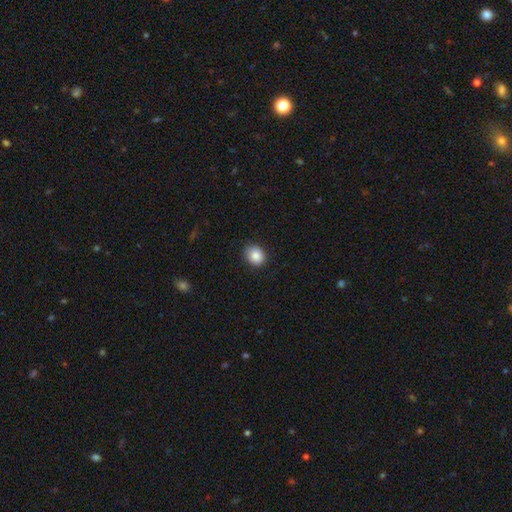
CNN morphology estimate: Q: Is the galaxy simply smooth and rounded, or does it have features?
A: smooth — 87%.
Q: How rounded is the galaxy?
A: round — 64%.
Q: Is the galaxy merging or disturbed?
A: none — 85%.